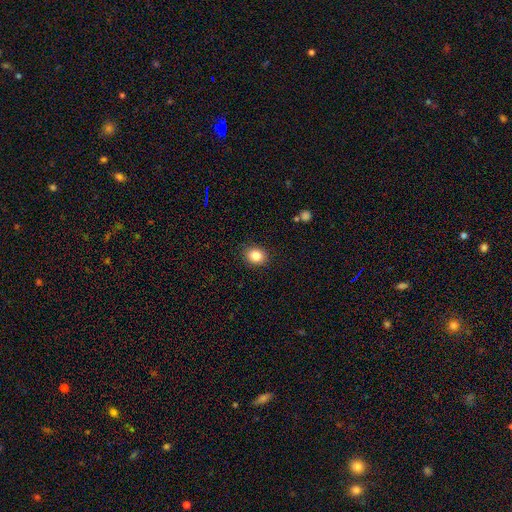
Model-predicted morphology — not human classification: smooth-or-featured: smooth: 84% | star or artifact: 10% | featured or disk: 6%
  how-rounded: round: 59% | in between: 40% | cigar-shaped: 1%
  merging: none: 89% | minor disturbance: 8% | major disturbance: 2% | merger: 1%